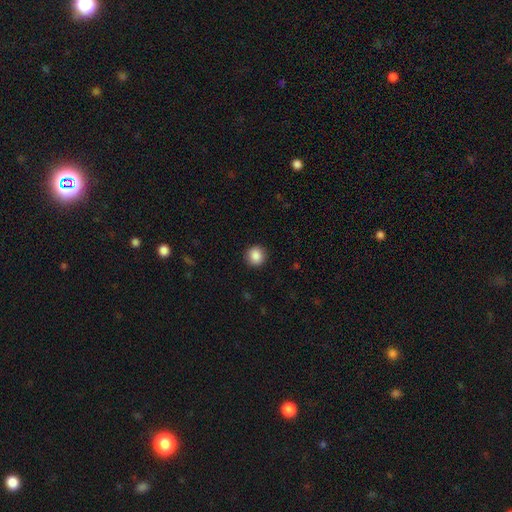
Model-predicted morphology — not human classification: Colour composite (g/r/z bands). It shows a smooth galaxy with no disk features (88%) that is round (91%). Merging: none (91%).